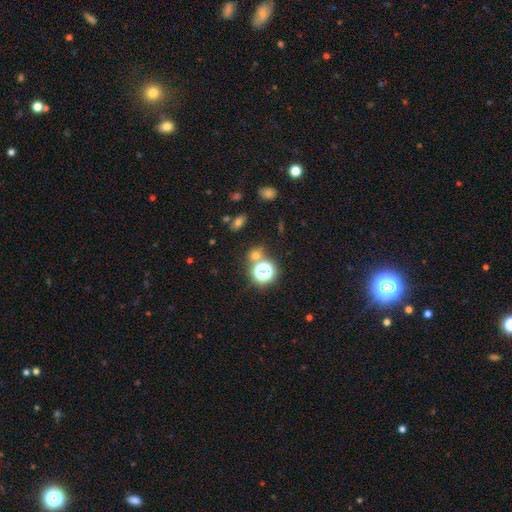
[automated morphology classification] The model was most divided on "smooth or featured": smooth: 52%, star or artifact: 40%, featured or disk: 8%. More confident: how rounded — round (77%); merging — none (68%).